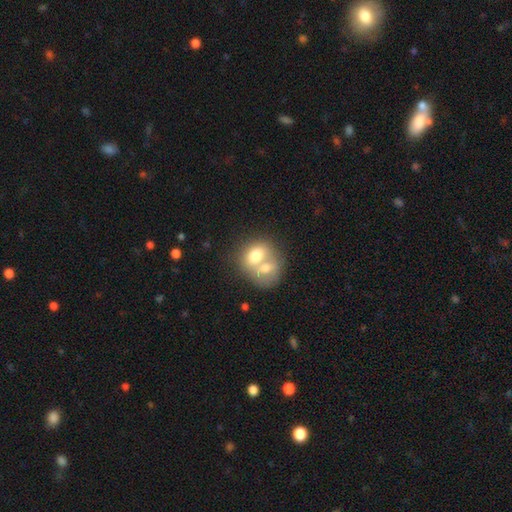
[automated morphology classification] smooth 66%, featured or disk 26%, star or artifact 8%. Down the decision tree: how rounded — round (50%); merging — merger (70%).